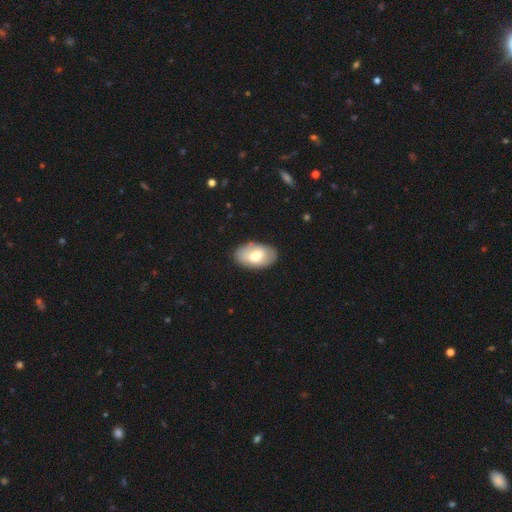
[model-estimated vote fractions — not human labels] Smooth or featured?
  - smooth: 65% *
  - featured or disk: 29%
  - star or artifact: 6%
How rounded?
  - in between: 94% *
  - round: 5%
  - cigar-shaped: 1%
Merging?
  - none: 84% *
  - minor disturbance: 12%
  - major disturbance: 3%
  - merger: 1%